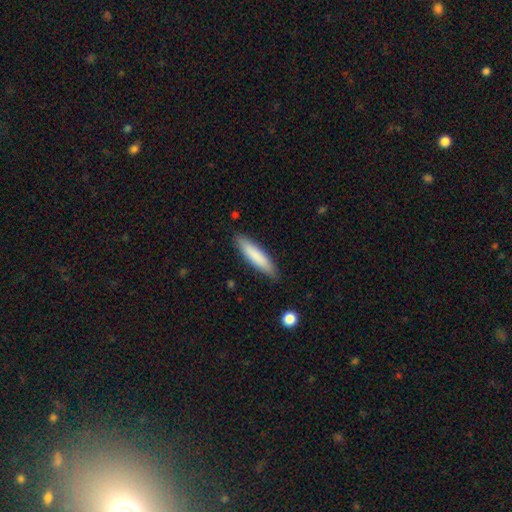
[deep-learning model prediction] Morphology: type=smooth (81%); roundness=cigar-shaped (80%); merging=none (87%).